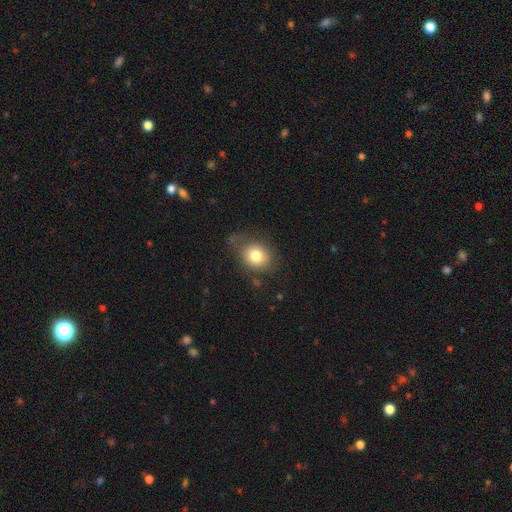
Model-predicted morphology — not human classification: The model was most divided on "how rounded": round: 57%, in between: 42%, cigar-shaped: 1%. More confident: smooth or featured — smooth (78%); merging — none (62%).